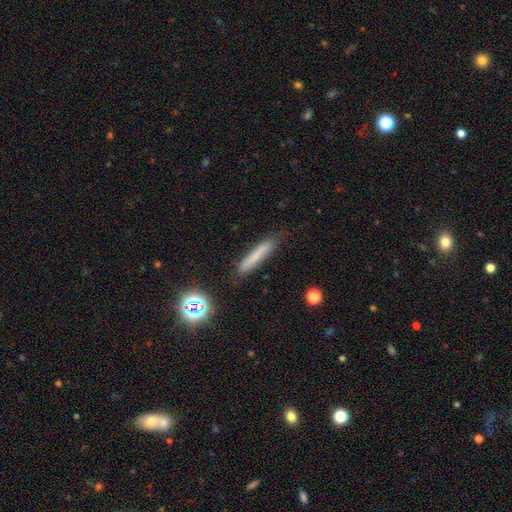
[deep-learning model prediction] Smooth or featured?
  - smooth: 70% *
  - featured or disk: 19%
  - star or artifact: 11%
How rounded?
  - cigar-shaped: 91% *
  - in between: 7%
  - round: 2%
Merging?
  - none: 80% *
  - minor disturbance: 15%
  - major disturbance: 3%
  - merger: 2%